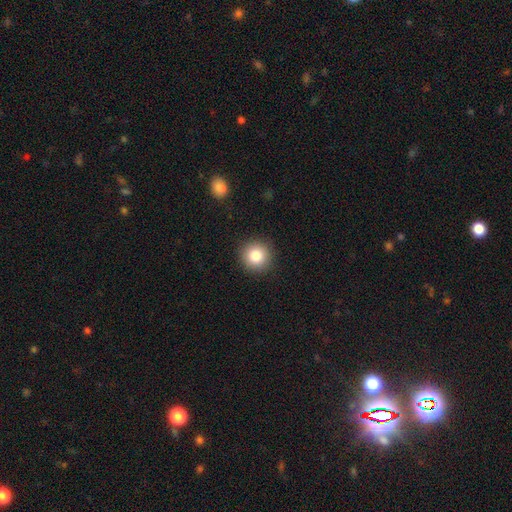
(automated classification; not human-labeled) Smooth or featured: smooth — 84% (star or artifact — 10%)
How rounded: round — 95% (in between — 4%)
Merging: none — 91% (minor disturbance — 6%)